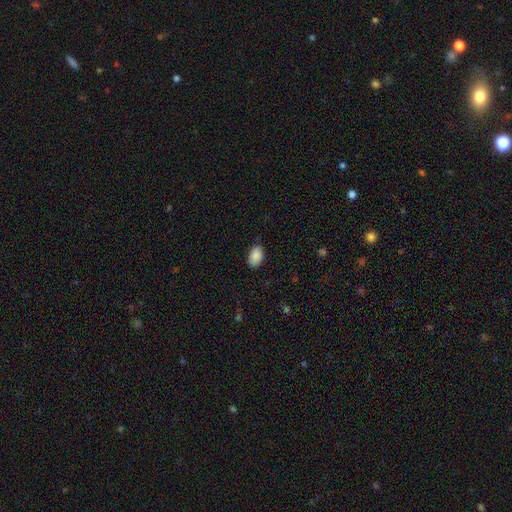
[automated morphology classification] smooth 89%, star or artifact 7%, featured or disk 4%. Down the decision tree: how rounded — in between (92%); merging — none (82%).